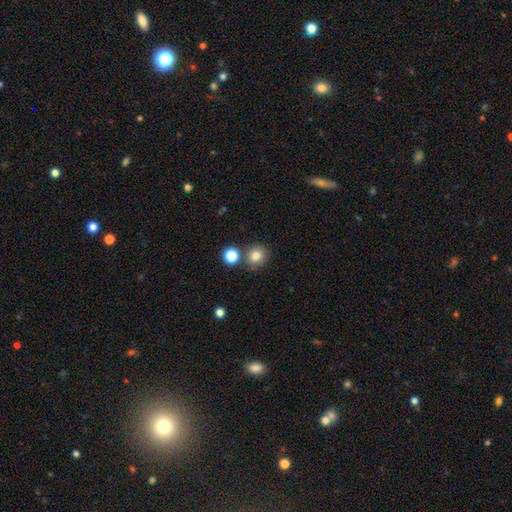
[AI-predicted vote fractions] A smooth galaxy with no disk features (82%) that is round (88%). Merging: none (77%).